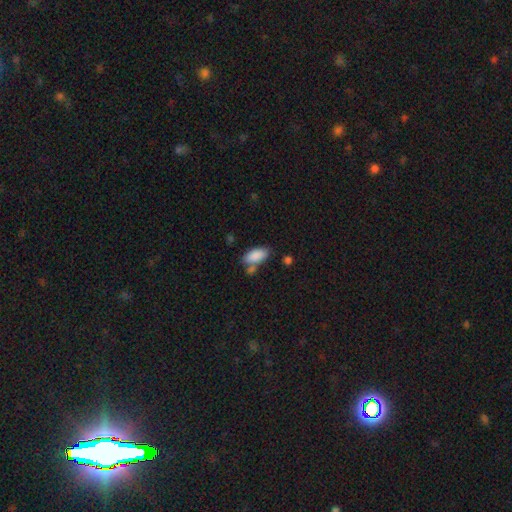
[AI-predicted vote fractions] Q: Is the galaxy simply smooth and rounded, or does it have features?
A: smooth — 87%.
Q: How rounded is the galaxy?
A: in between — 91%.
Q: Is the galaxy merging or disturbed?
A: none — 60%.